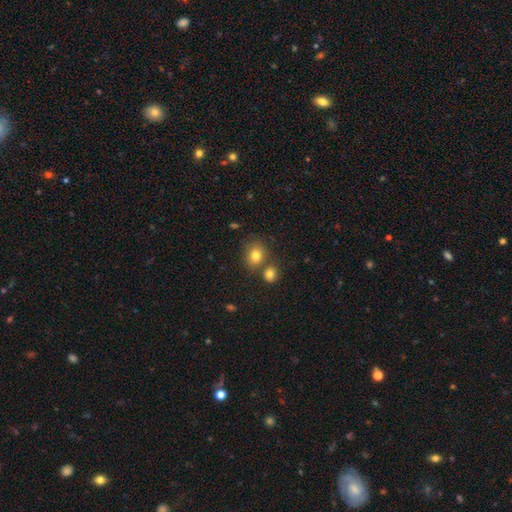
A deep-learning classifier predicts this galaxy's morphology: smooth-or-featured: smooth: 80% | star or artifact: 11% | featured or disk: 8%
  how-rounded: round: 62% | in between: 37% | cigar-shaped: 1%
  merging: none: 62% | merger: 23% | minor disturbance: 11% | major disturbance: 4%